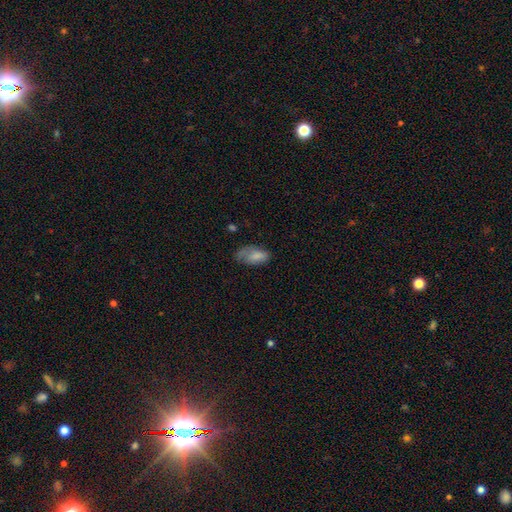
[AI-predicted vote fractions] Smooth or featured? Predicted: smooth (p=0.78). How rounded? Predicted: in between (p=0.92). Merging? Predicted: none (p=0.45).